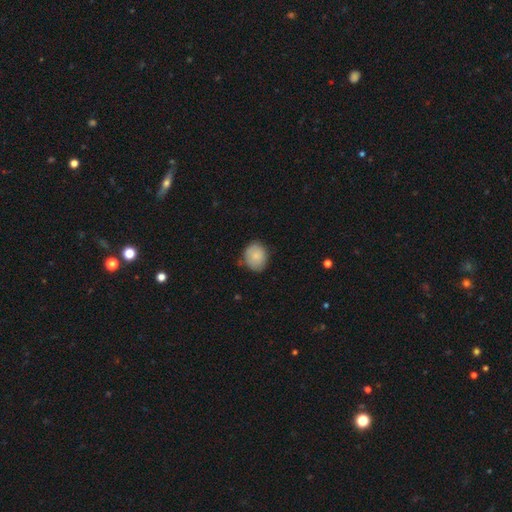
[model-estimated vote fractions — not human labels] smooth 85%, featured or disk 8%, star or artifact 7%. Down the decision tree: how rounded — round (61%); merging — none (76%).